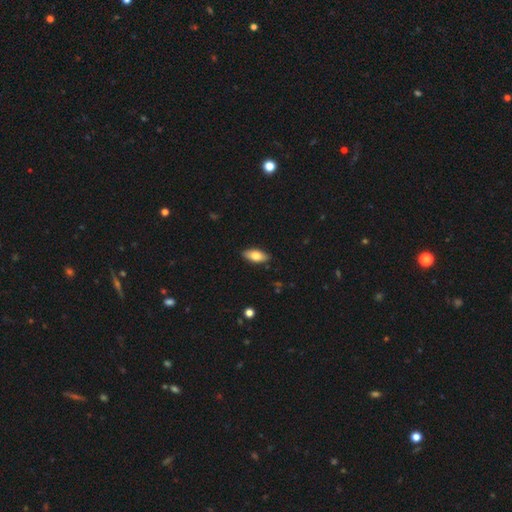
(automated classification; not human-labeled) Overall: smooth (77%). How rounded: in between (86%). Merging: none (88%).